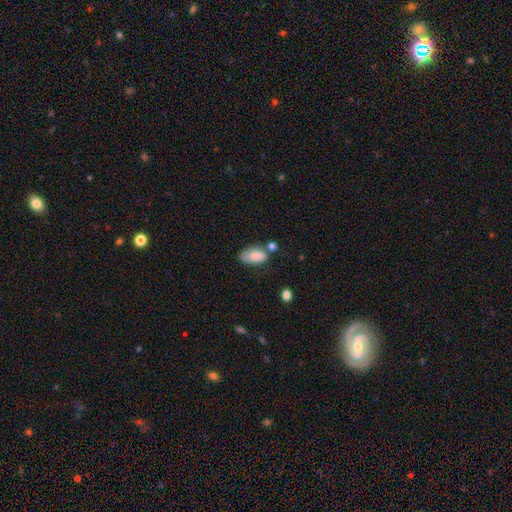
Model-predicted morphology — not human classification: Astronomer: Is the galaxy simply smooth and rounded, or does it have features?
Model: smooth — 82%.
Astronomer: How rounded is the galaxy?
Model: in between — 92%.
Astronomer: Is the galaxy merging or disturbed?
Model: none — 47% (runner-up: minor disturbance, 28%).